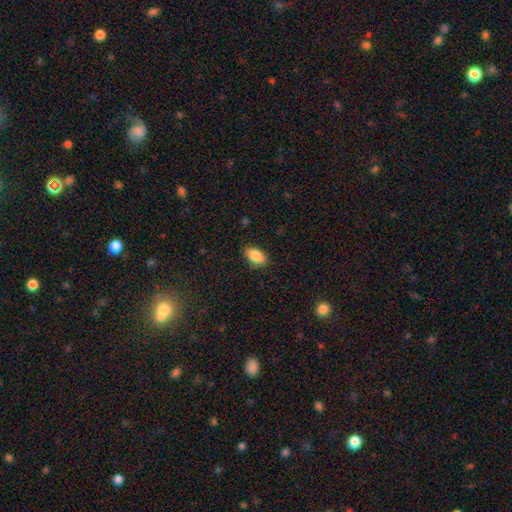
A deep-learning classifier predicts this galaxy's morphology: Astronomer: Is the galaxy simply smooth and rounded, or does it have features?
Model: smooth — 86%.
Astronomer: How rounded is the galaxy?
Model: in between — 92%.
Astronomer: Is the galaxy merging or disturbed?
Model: none — 84%.